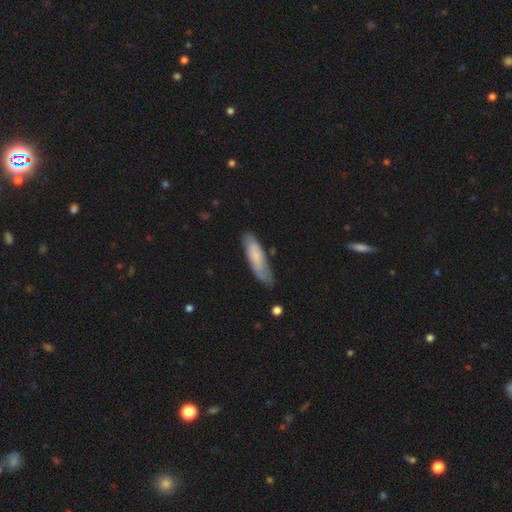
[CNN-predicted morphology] smooth-or-featured: smooth: 70% | featured or disk: 24% | star or artifact: 6%
  how-rounded: cigar-shaped: 61% | in between: 37% | round: 1%
  merging: none: 63% | minor disturbance: 27% | major disturbance: 7% | merger: 3%